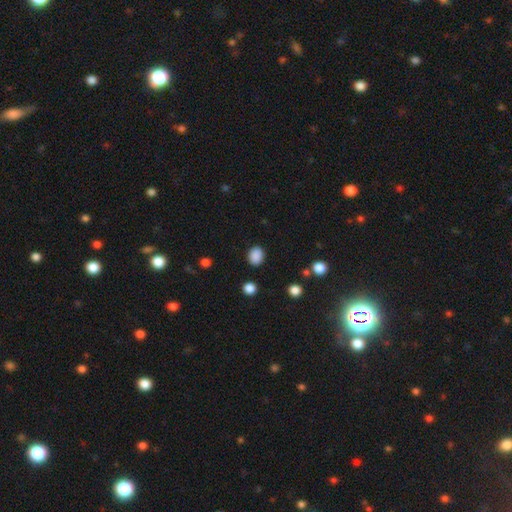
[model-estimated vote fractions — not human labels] smooth_or_featured: smooth (p=0.87) [alt: star or artifact p=0.10]
how_rounded: round (p=0.51) [alt: in between p=0.48]
merging: none (p=0.87) [alt: minor disturbance p=0.09]